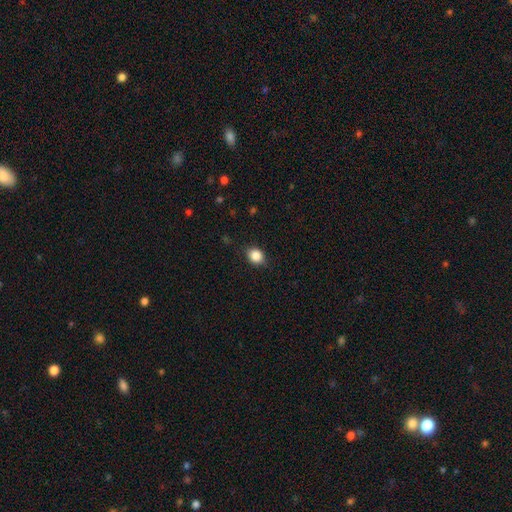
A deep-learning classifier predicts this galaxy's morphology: Smooth or featured: smooth — 86% (star or artifact — 10%)
How rounded: round — 58% (in between — 41%)
Merging: none — 84% (minor disturbance — 12%)